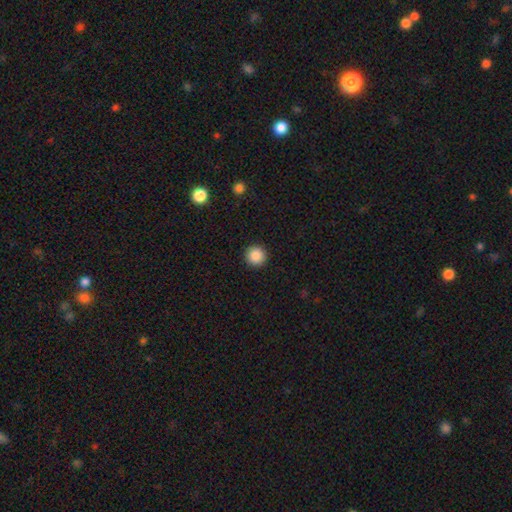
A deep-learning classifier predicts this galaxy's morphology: Smooth or featured: smooth — 88% (star or artifact — 9%)
How rounded: round — 96% (in between — 3%)
Merging: none — 93% (minor disturbance — 4%)